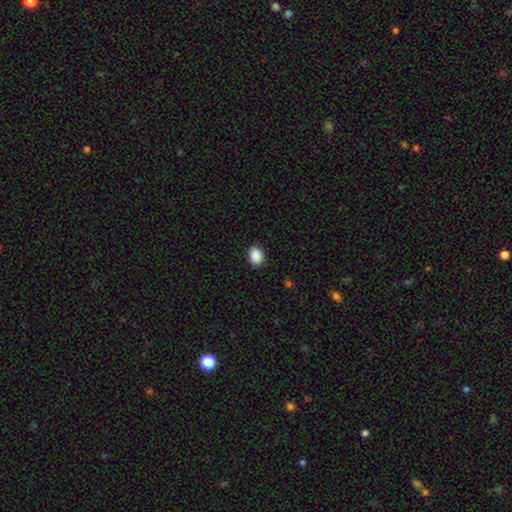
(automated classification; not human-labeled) The model was most divided on "how rounded": in between: 67%, round: 32%, cigar-shaped: 1%. More confident: smooth or featured — smooth (90%); merging — none (89%).